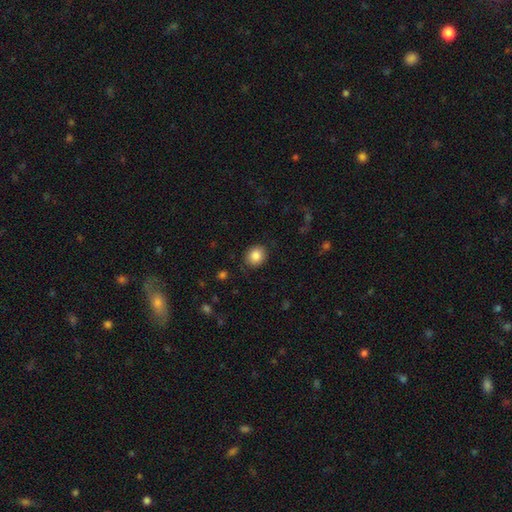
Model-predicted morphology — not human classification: smooth_or_featured: smooth (p=0.85) [alt: star or artifact p=0.09]
how_rounded: round (p=0.69) [alt: in between p=0.30]
merging: none (p=0.86) [alt: minor disturbance p=0.10]